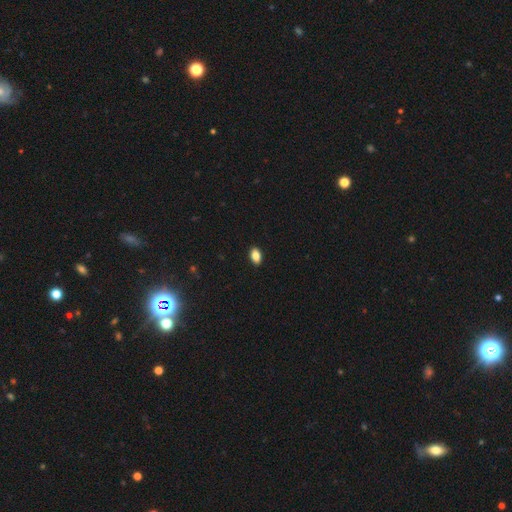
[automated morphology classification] smooth_or_featured: smooth (p=0.85) [alt: star or artifact p=0.09]
how_rounded: in between (p=0.88) [alt: round p=0.09]
merging: none (p=0.90) [alt: minor disturbance p=0.07]